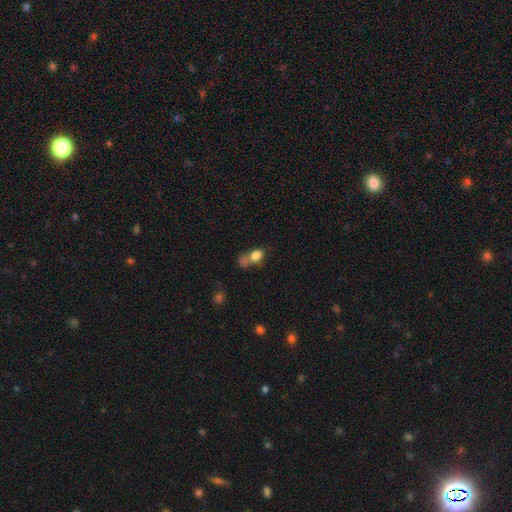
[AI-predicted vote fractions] smooth_or_featured: smooth (p=0.78) [alt: star or artifact p=0.11]
how_rounded: in between (p=0.63) [alt: round p=0.34]
merging: merger (p=0.40) [alt: none p=0.31]